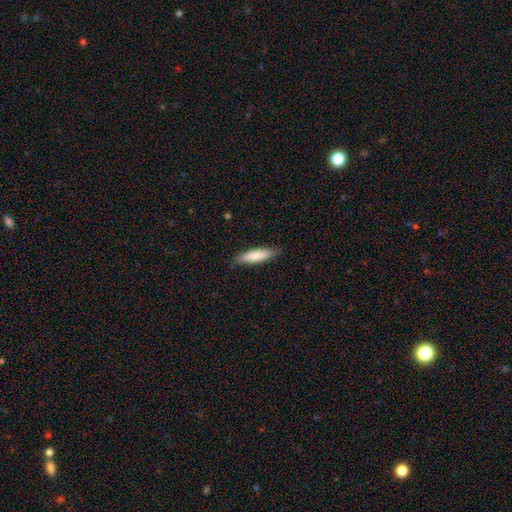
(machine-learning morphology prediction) Smooth or featured? Predicted: smooth (p=0.81). How rounded? Predicted: cigar-shaped (p=0.75). Merging? Predicted: none (p=0.87).